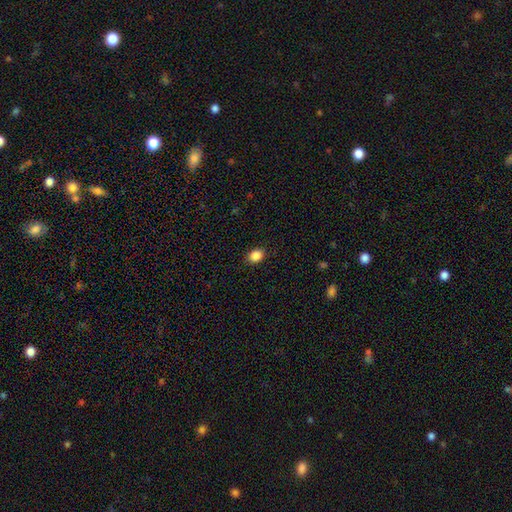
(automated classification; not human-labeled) A smooth galaxy with no disk features (87%) that is in between round and cigar-shaped (61%). Merging: none (89%).